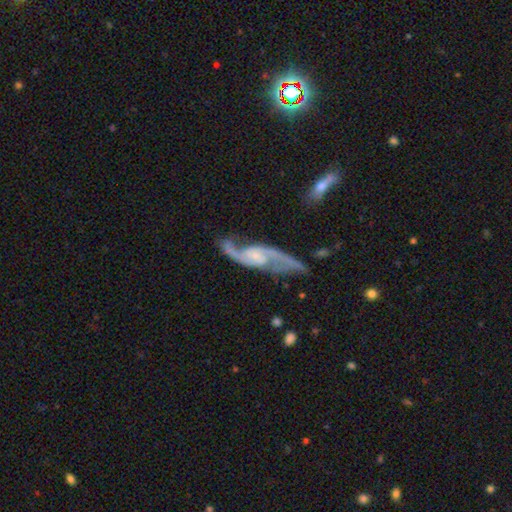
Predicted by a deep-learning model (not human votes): smooth-or-featured: featured or disk: 90% | smooth: 5% | star or artifact: 5%
  disk-edge-on: no: 91% | yes: 9%
    bar: no: 44% | weak: 42% | strong: 14%
    has-spiral-arms: yes: 97% | no: 3%
      spiral-winding: loose: 58% | medium: 34% | tight: 8%
      spiral-arm-count: 2: 93% | can't tell: 2% | 1: 1% | 3: 1% | 4: 1% | more than 4: 1%
    bulge-size: small: 44% | none: 28% | moderate: 23% | large: 4% | dominant: 1%
  merging: none: 68% | minor disturbance: 19% | major disturbance: 10% | merger: 4%